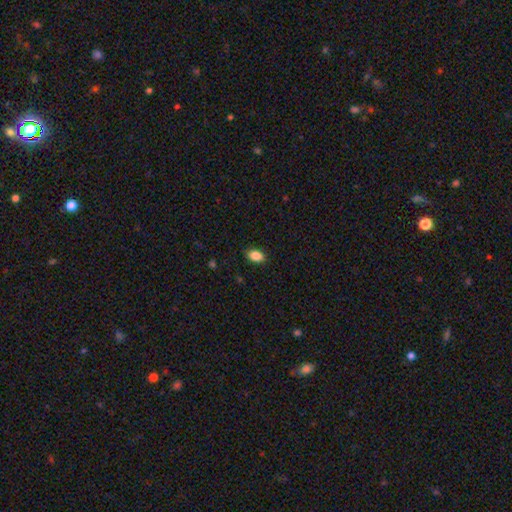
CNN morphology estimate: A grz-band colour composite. It shows a smooth galaxy with no disk features (87%) that is in between round and cigar-shaped (89%). Merging: none (88%).